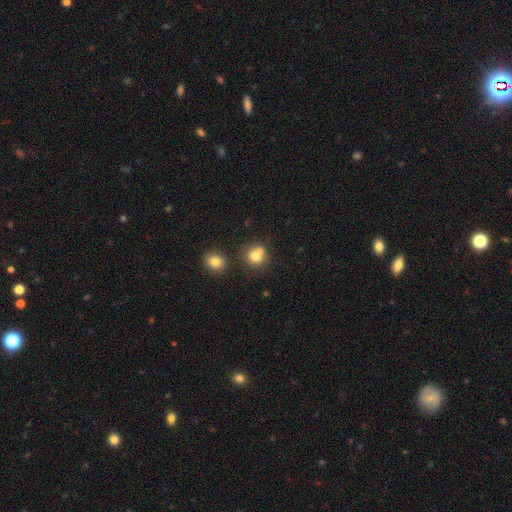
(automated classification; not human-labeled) Smooth or featured? smooth (77%)
How rounded? round (80%)
Merging? none (53%)